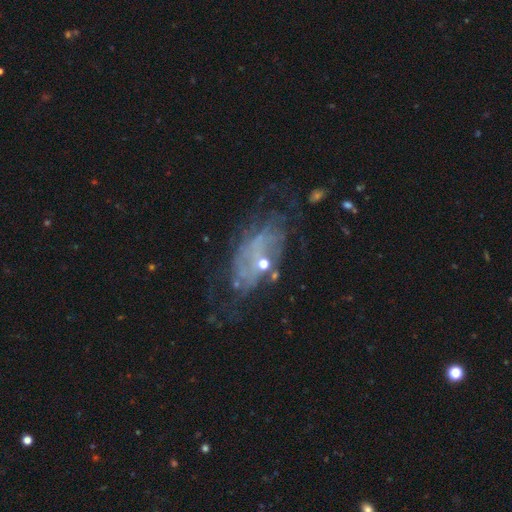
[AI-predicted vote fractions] This is likely a featured or disk galaxy (69%). It is clearly not viewed edge-on (93%). Bar: likely no (72%). Spiral arm pattern: likely yes (66%). Central bulge: likely small (63%). Merging: possibly none (58%).